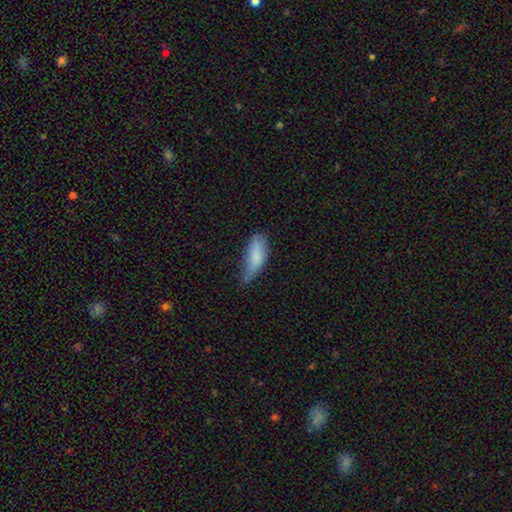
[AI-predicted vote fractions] Smooth or featured?
  - smooth: 82% *
  - featured or disk: 11%
  - star or artifact: 7%
How rounded?
  - in between: 70% *
  - cigar-shaped: 28%
  - round: 2%
Merging?
  - minor disturbance: 50% *
  - none: 33%
  - major disturbance: 15%
  - merger: 3%